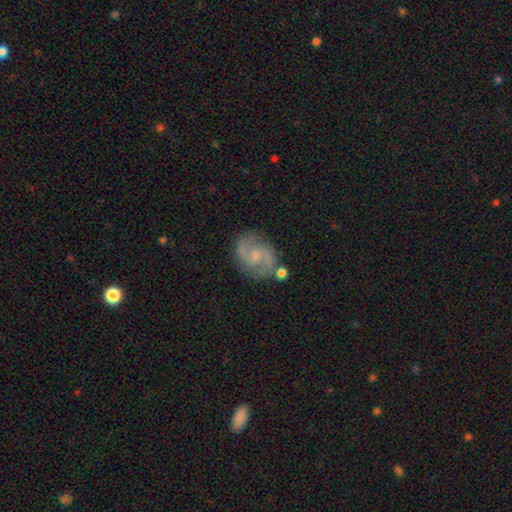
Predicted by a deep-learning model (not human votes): smooth_or_featured: featured or disk (p=0.86) [alt: smooth p=0.08]
disk_edge_on: no (p=0.98) [alt: yes p=0.02]
bar: no (p=0.52) [alt: weak p=0.41]
has_spiral_arms: yes (p=0.97) [alt: no p=0.03]
spiral_winding: medium (p=0.57) [alt: loose p=0.25]
spiral_arm_count: 2 (p=0.92) [alt: can't tell p=0.03]
bulge_size: small (p=0.64) [alt: moderate p=0.23]
merging: none (p=0.77) [alt: minor disturbance p=0.14]